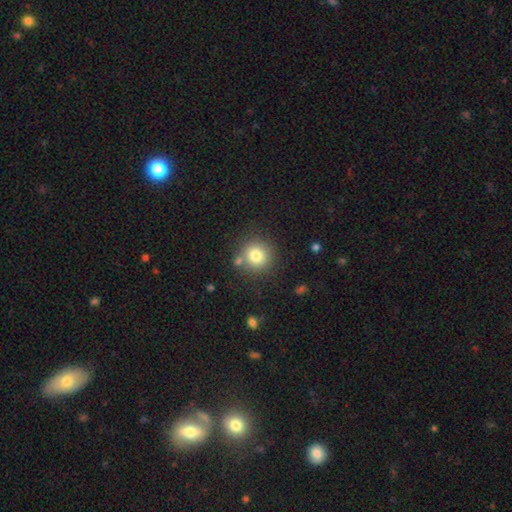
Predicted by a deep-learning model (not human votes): smooth 80%, star or artifact 11%, featured or disk 9%. Down the decision tree: how rounded — round (92%); merging — none (79%).